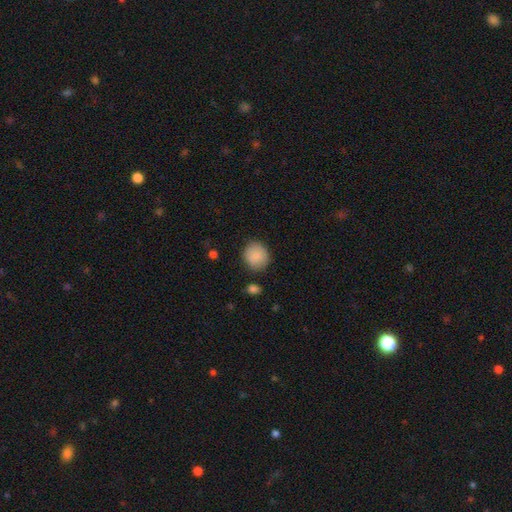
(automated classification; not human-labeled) smooth_or_featured: smooth (p=0.88) [alt: star or artifact p=0.07]
how_rounded: round (p=0.83) [alt: in between p=0.16]
merging: none (p=0.82) [alt: minor disturbance p=0.12]